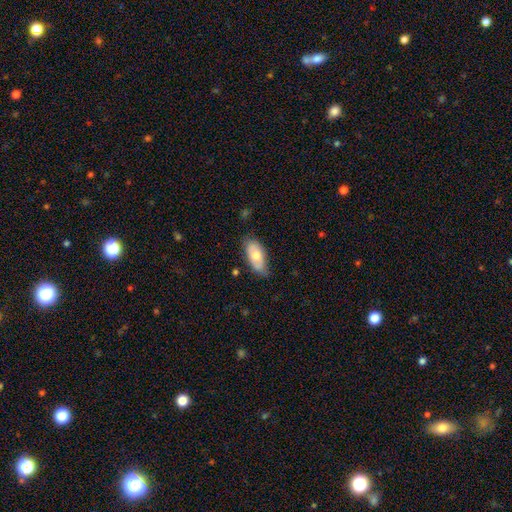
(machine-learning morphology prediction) Smooth or featured? smooth (68%)
How rounded? in between (91%)
Merging? none (69%)